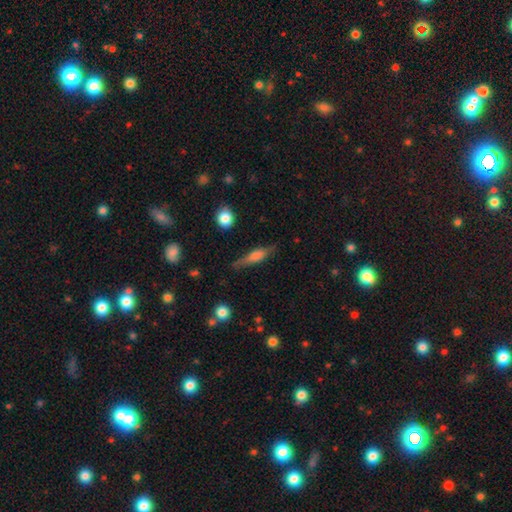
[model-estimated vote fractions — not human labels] smooth-or-featured: smooth: 52% | featured or disk: 40% | star or artifact: 8%
  how-rounded: cigar-shaped: 65% | in between: 31% | round: 4%
  merging: none: 70% | minor disturbance: 21% | major disturbance: 6% | merger: 2%